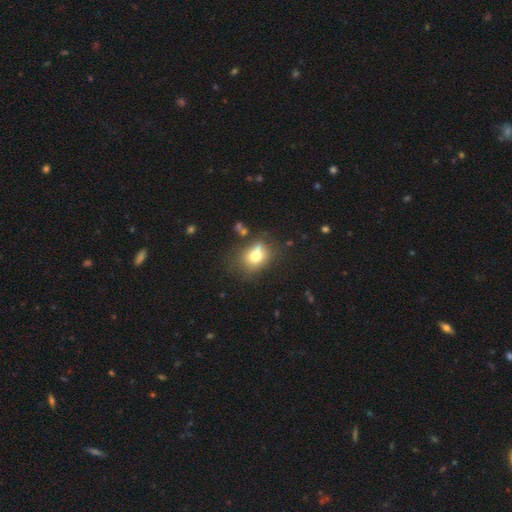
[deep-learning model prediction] smooth 72%, featured or disk 16%, star or artifact 12%. Down the decision tree: how rounded — in between (52%); merging — none (55%).